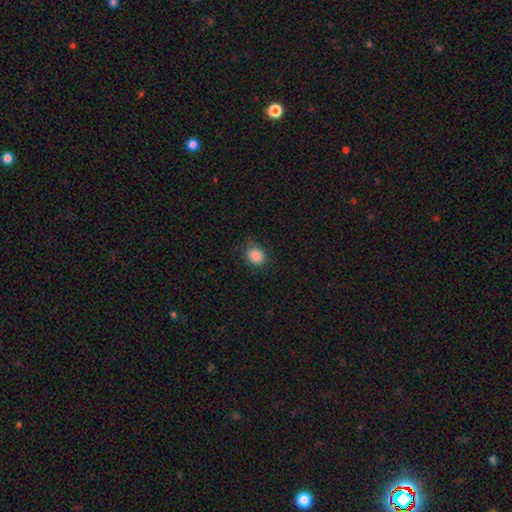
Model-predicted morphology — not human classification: This appears to be a smooth galaxy with no disk features (86%) that is round (66%). Merging: none (68%).